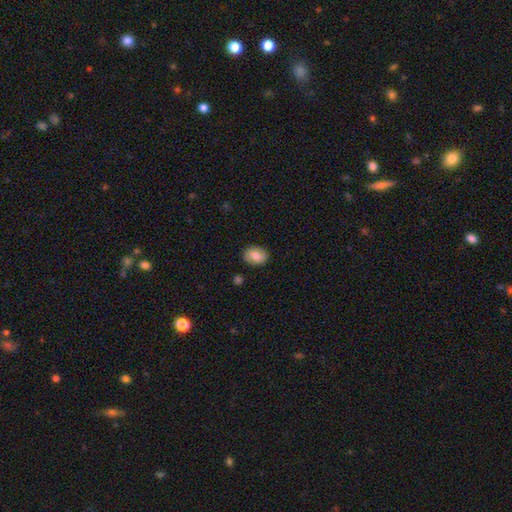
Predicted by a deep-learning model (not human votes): smooth_or_featured: smooth (p=0.78) [alt: featured or disk p=0.15]
how_rounded: in between (p=0.65) [alt: round p=0.34]
merging: none (p=0.86) [alt: minor disturbance p=0.10]